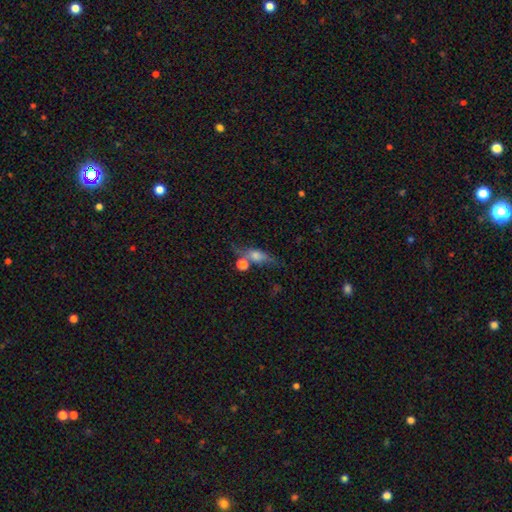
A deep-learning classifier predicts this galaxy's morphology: smooth_or_featured: smooth (p=0.53) [alt: featured or disk p=0.34]
how_rounded: in between (p=0.52) [alt: cigar-shaped p=0.32]
merging: none (p=0.50) [alt: minor disturbance p=0.20]